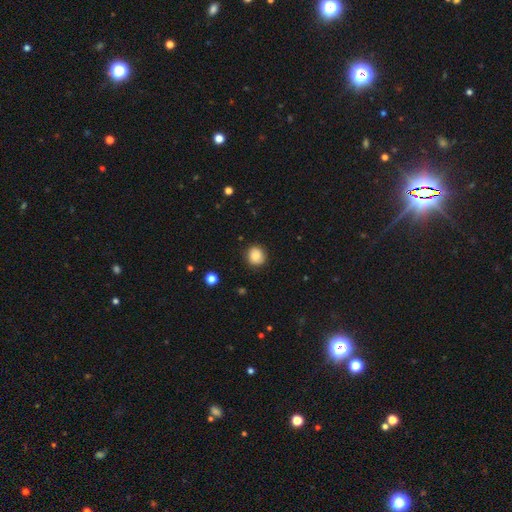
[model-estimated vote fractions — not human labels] This appears to be a smooth galaxy with no disk features (85%) that is round (86%). Merging: none (86%).